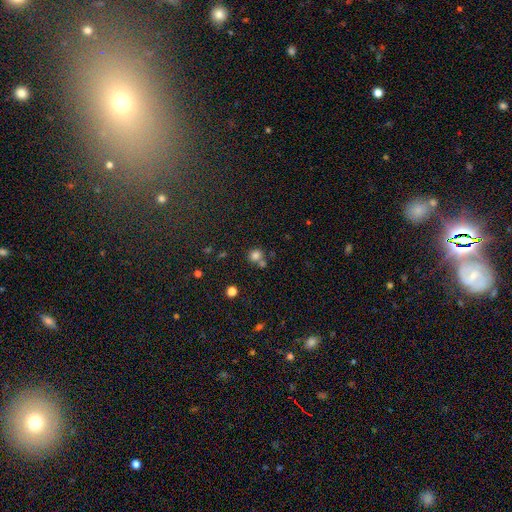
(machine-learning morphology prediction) This appears to be a smooth galaxy with no disk features (78%) that is round (85%). Merging: none (57%).